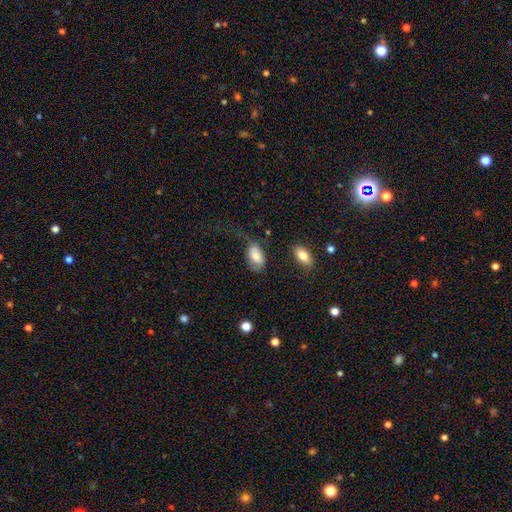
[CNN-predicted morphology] Smooth or featured: smooth — 79% (featured or disk — 14%)
How rounded: in between — 93% (round — 5%)
Merging: none — 40% (minor disturbance — 29%)